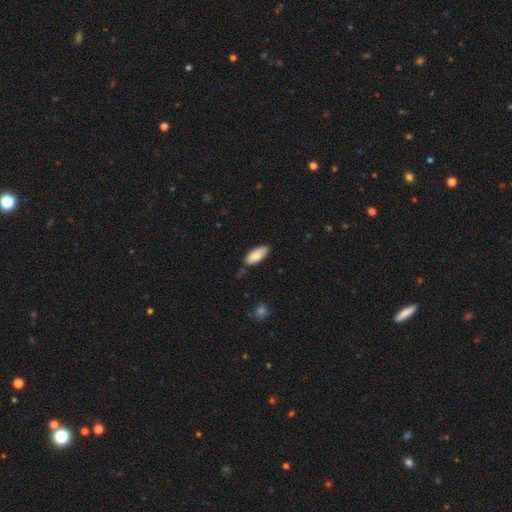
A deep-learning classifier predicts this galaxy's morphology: This appears to be a smooth galaxy with no disk features (85%) that is in between round and cigar-shaped (84%). Merging: none (72%).